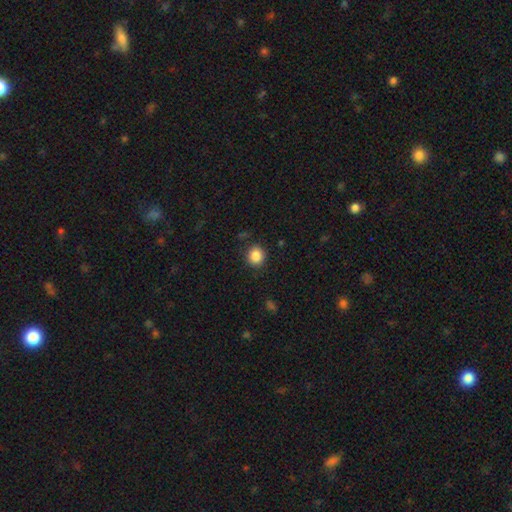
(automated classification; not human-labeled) Smooth or featured: smooth — 86% (star or artifact — 10%)
How rounded: round — 79% (in between — 20%)
Merging: none — 87% (minor disturbance — 8%)